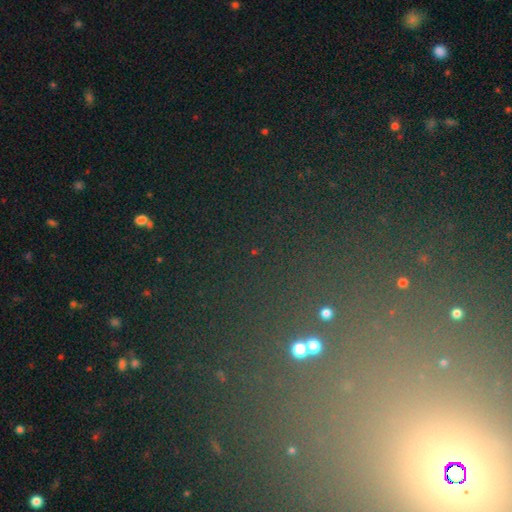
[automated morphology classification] Smooth or featured?
  - star or artifact: 71% *
  - smooth: 17%
  - featured or disk: 12%